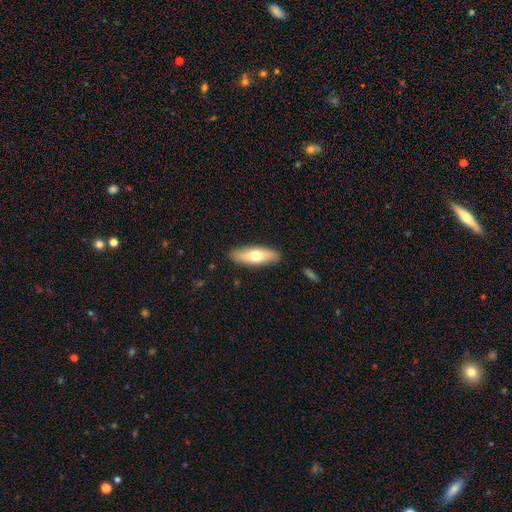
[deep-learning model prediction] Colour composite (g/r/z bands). It shows a smooth galaxy with no disk features (66%) that is in between round and cigar-shaped (63%). Merging: none (89%).